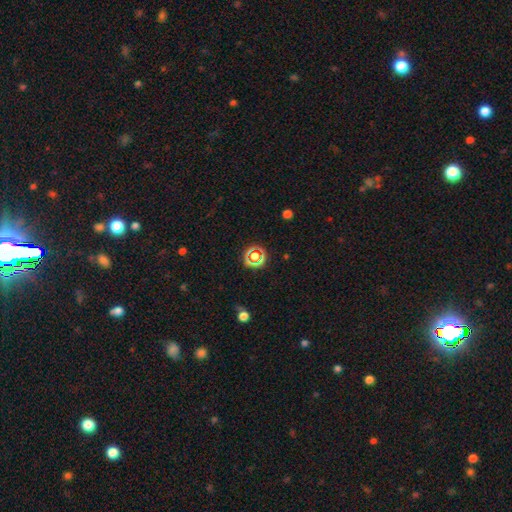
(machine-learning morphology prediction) Smooth or featured? Predicted: star or artifact (p=0.59).